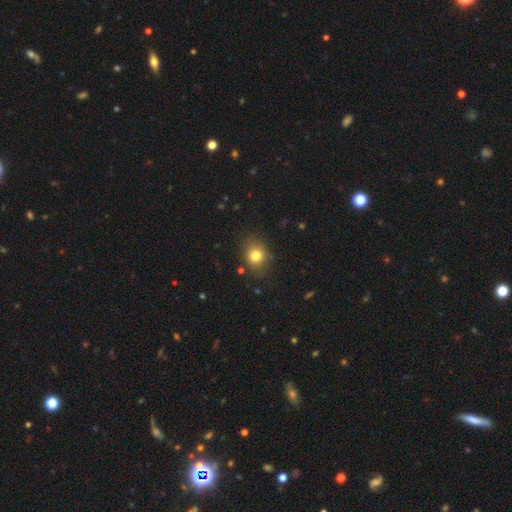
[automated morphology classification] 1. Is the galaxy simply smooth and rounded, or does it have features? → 78% smooth, 13% star or artifact, 9% featured or disk.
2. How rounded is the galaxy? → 61% round, 38% in between, 1% cigar-shaped.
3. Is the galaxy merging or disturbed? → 83% none, 12% minor disturbance, 3% major disturbance, 2% merger.